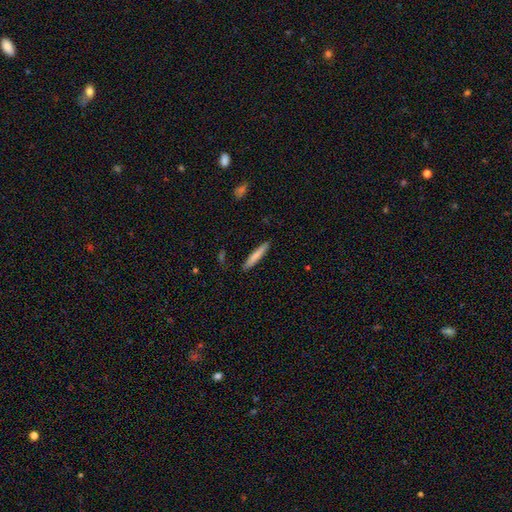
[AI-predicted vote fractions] A smooth galaxy with no disk features (78%) that is cigar-shaped (93%).

Vote fractions:
- Smooth or featured? smooth: 78% / featured or disk: 16% / star or artifact: 6%
- How rounded? cigar-shaped: 93% / in between: 6% / round: 1%
- Merging? none: 89% / minor disturbance: 8% / major disturbance: 2% / merger: 1%